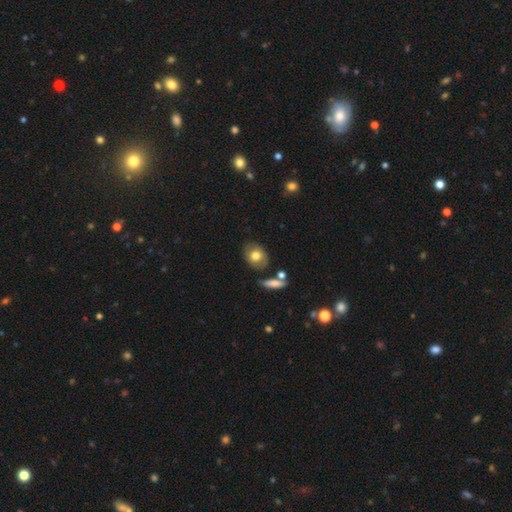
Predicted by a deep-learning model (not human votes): This appears to be a smooth galaxy with no disk features (70%) that is in between round and cigar-shaped (55%). Merging: none (75%).